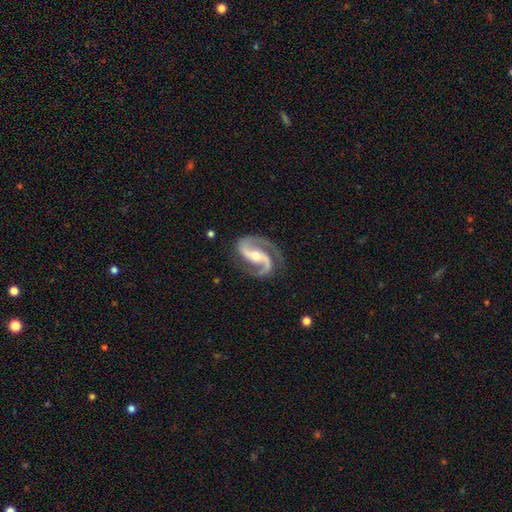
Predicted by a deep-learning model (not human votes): The model was most divided on "bar": weak: 36%, strong: 33%, no: 30%. More confident: spiral arms — yes (99%); edge-on disk — no (98%); spiral arm count — 2 (94%); smooth or featured — featured or disk (94%); merging — none (80%); spiral winding — medium (63%); bulge size — moderate (58%).